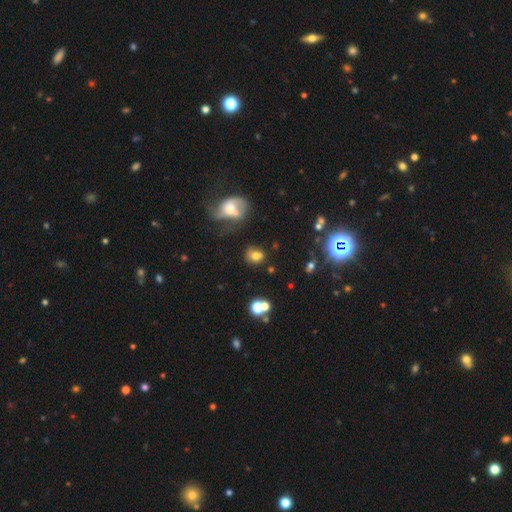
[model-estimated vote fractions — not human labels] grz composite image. It shows a smooth galaxy with no disk features (68%) that is round (62%). Merging: none (54%).